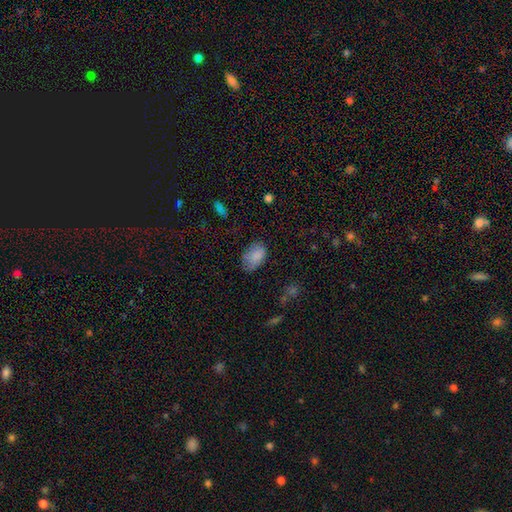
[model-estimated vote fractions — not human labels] Smooth or featured? Predicted: smooth (p=0.84). How rounded? Predicted: in between (p=0.91). Merging? Predicted: none (p=0.64).